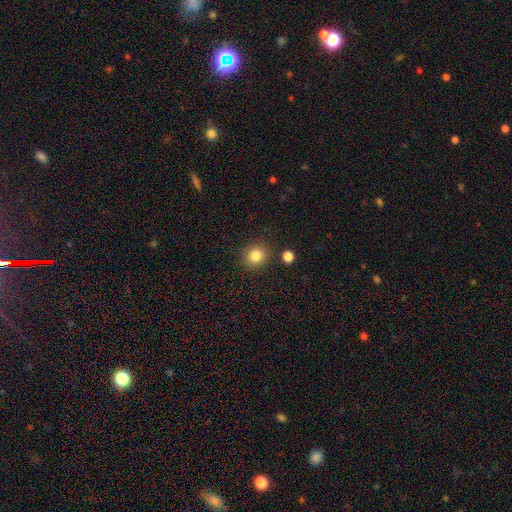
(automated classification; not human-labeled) smooth_or_featured: smooth (p=0.83) [alt: star or artifact p=0.11]
how_rounded: round (p=0.85) [alt: in between p=0.14]
merging: none (p=0.87) [alt: minor disturbance p=0.07]